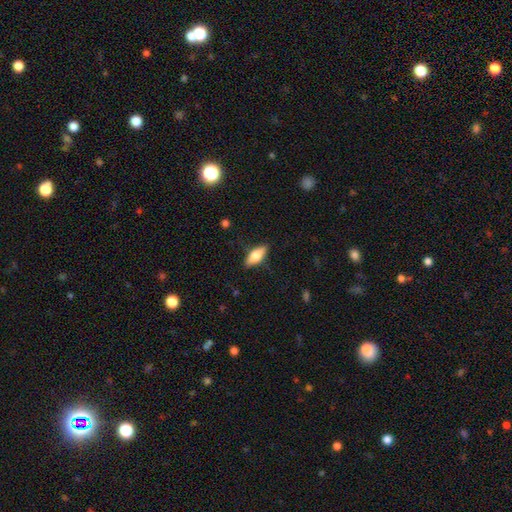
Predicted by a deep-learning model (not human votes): Q: Smooth or featured?
A: smooth (63%); runner-up: featured or disk (30%)
Q: How rounded?
A: in between (74%); runner-up: cigar-shaped (23%)
Q: Merging?
A: none (85%); runner-up: minor disturbance (11%)